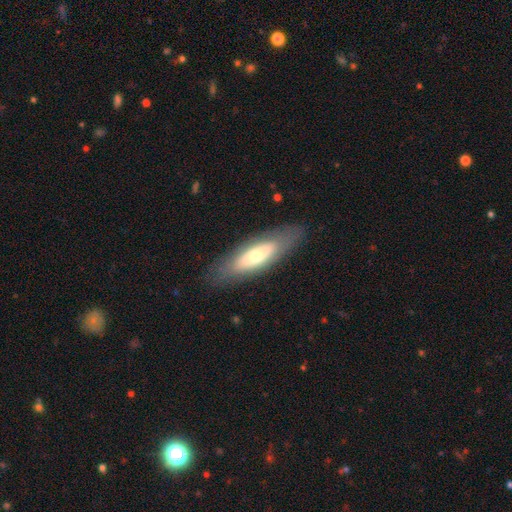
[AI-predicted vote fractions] smooth_or_featured: smooth (p=0.53) [alt: featured or disk p=0.40]
how_rounded: in between (p=0.51) [alt: cigar-shaped p=0.47]
merging: none (p=0.84) [alt: minor disturbance p=0.11]